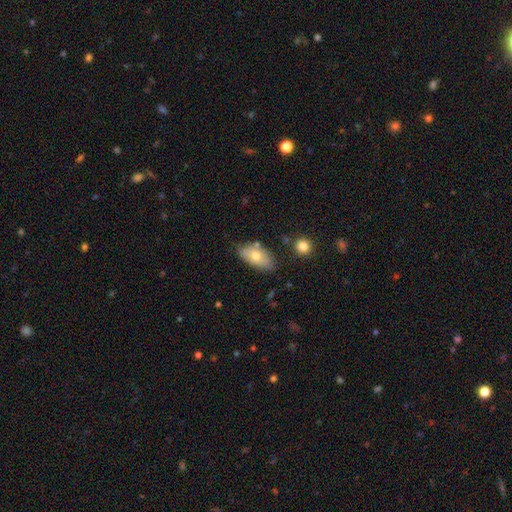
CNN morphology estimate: smooth_or_featured: smooth (p=0.69) [alt: featured or disk p=0.24]
how_rounded: in between (p=0.92) [alt: round p=0.04]
merging: none (p=0.67) [alt: minor disturbance p=0.23]